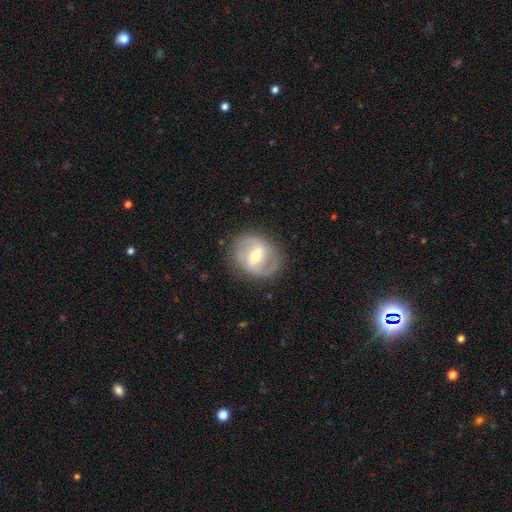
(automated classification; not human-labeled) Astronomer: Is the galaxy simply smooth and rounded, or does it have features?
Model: featured or disk — 80%.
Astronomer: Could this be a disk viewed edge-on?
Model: no — 97%.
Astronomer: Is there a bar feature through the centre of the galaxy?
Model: weak — 48% (runner-up: strong, 30%).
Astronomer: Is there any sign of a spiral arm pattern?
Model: yes — 91%.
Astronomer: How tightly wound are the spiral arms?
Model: medium — 50% (runner-up: loose, 29%).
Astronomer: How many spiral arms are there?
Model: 2 — 88%.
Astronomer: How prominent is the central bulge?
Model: moderate — 63%.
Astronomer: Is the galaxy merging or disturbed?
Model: none — 82%.